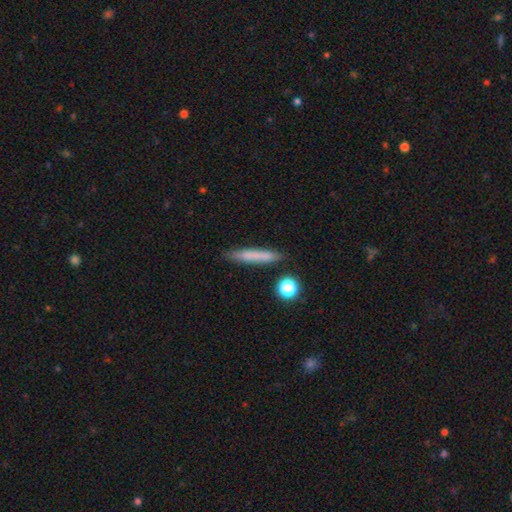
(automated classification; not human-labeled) smooth_or_featured: smooth (p=0.73) [alt: featured or disk p=0.19]
how_rounded: cigar-shaped (p=0.92) [alt: in between p=0.06]
merging: none (p=0.84) [alt: minor disturbance p=0.10]